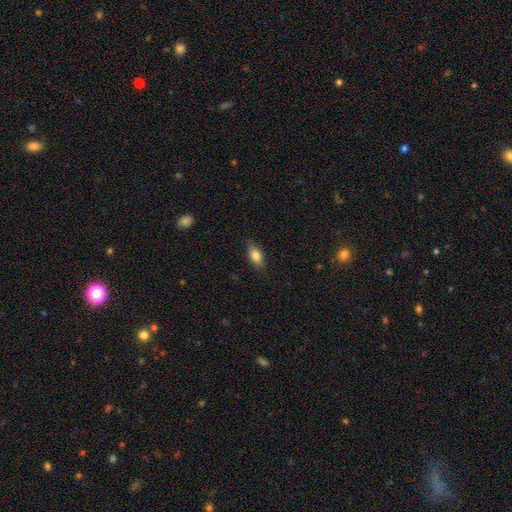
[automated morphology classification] Overall: smooth (79%). How rounded: in between (84%). Merging: none (81%).